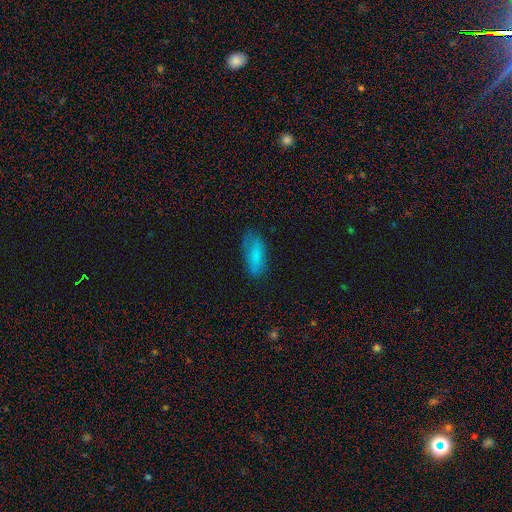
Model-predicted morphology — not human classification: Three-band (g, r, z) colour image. It shows a smooth galaxy with no disk features (78%) that is in between round and cigar-shaped (73%). Merging: none (69%).